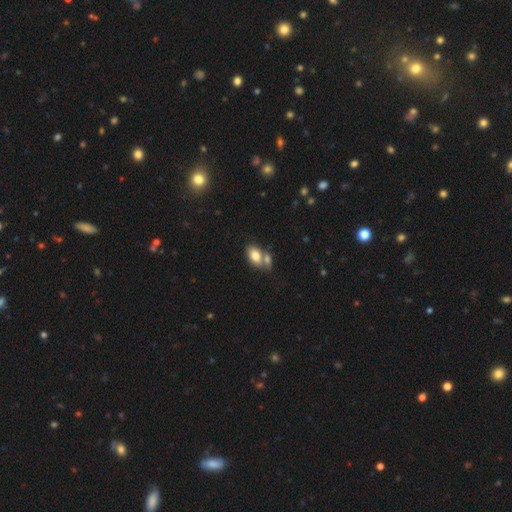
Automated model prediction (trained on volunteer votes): A smooth galaxy with no disk features (79%) that is in between round and cigar-shaped (90%).

Vote fractions:
- Smooth or featured? smooth: 79% / featured or disk: 14% / star or artifact: 7%
- How rounded? in between: 90% / round: 8% / cigar-shaped: 2%
- Merging? merger: 44% / none: 41% / minor disturbance: 11% / major disturbance: 4%